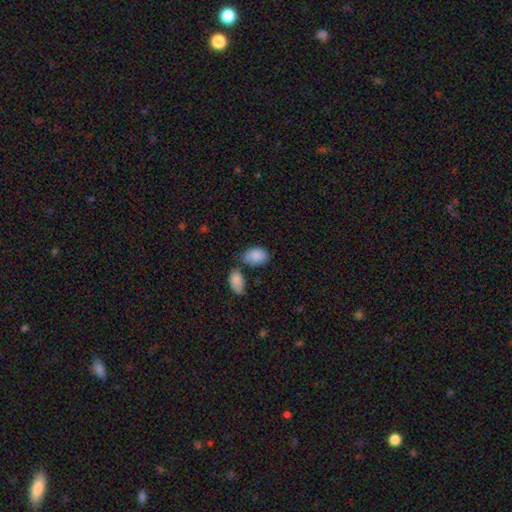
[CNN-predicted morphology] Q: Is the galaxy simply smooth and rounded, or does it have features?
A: smooth — 86%.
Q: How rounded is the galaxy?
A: in between — 89%.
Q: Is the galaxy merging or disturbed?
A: none — 49%.